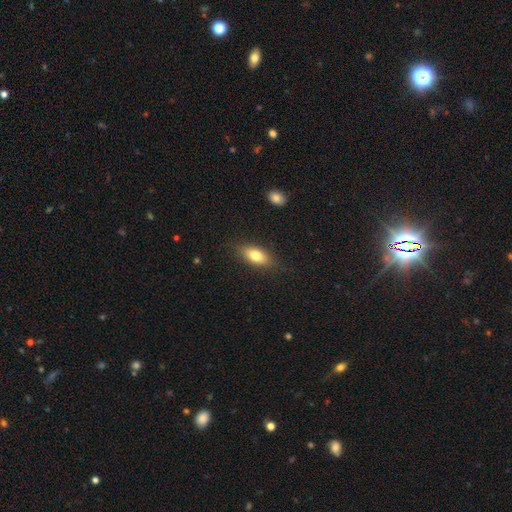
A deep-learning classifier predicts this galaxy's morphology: This appears to be a smooth galaxy with no disk features (78%) that is in between round and cigar-shaped (82%). Merging: none (84%).